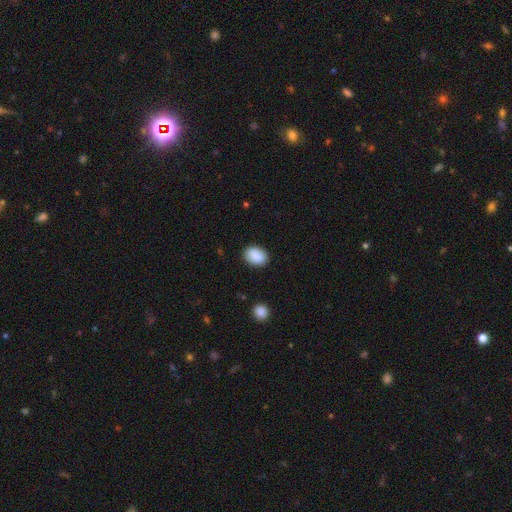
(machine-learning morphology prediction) Smooth or featured?
  - smooth: 90% *
  - star or artifact: 7%
  - featured or disk: 3%
How rounded?
  - in between: 76% *
  - round: 23%
  - cigar-shaped: 1%
Merging?
  - none: 87% *
  - minor disturbance: 10%
  - major disturbance: 2%
  - merger: 1%